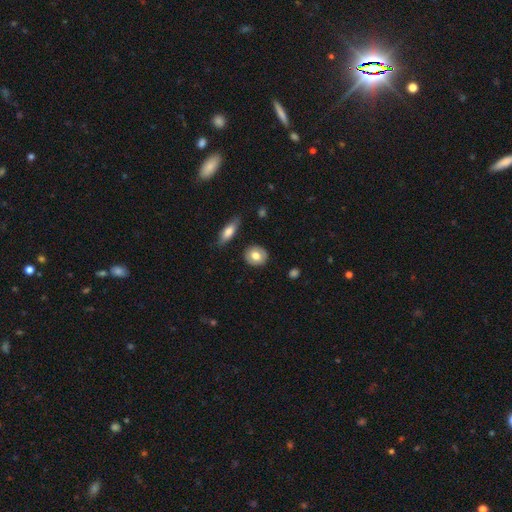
A smooth galaxy with no disk features (70%) that is round (50%).

Vote fractions:
- Smooth or featured? smooth: 70% / featured or disk: 20% / star or artifact: 10%
- How rounded? round: 50% / in between: 46% / cigar-shaped: 4%
- Merging? none: 92% / minor disturbance: 8% / major disturbance: 0% / merger: 0%